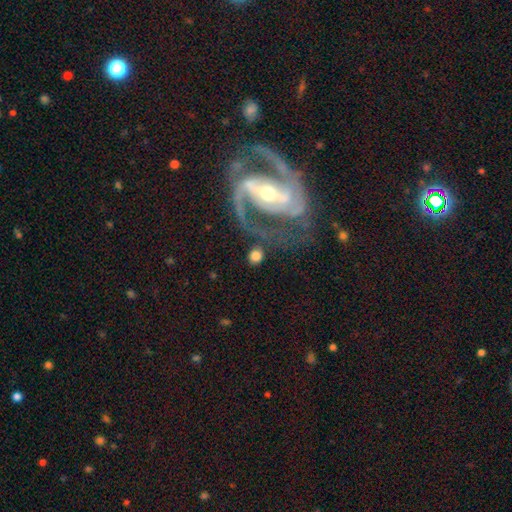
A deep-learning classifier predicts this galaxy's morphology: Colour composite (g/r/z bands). It shows a smooth galaxy with no disk features (54%) that is round (66%). Merging: none (65%).